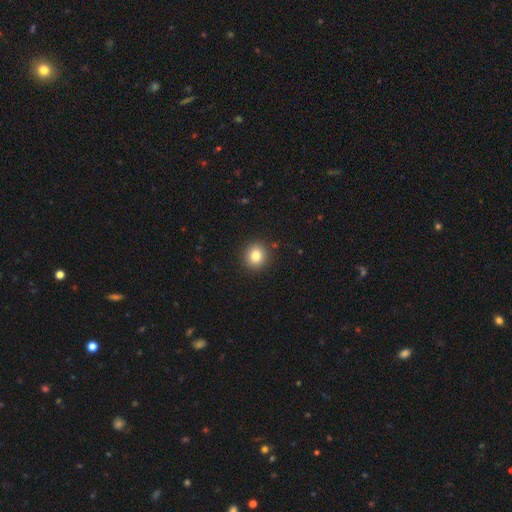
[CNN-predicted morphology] Smooth or featured?
  - smooth: 82% *
  - star or artifact: 11%
  - featured or disk: 7%
How rounded?
  - round: 86% *
  - in between: 13%
  - cigar-shaped: 1%
Merging?
  - none: 91% *
  - minor disturbance: 6%
  - major disturbance: 2%
  - merger: 1%